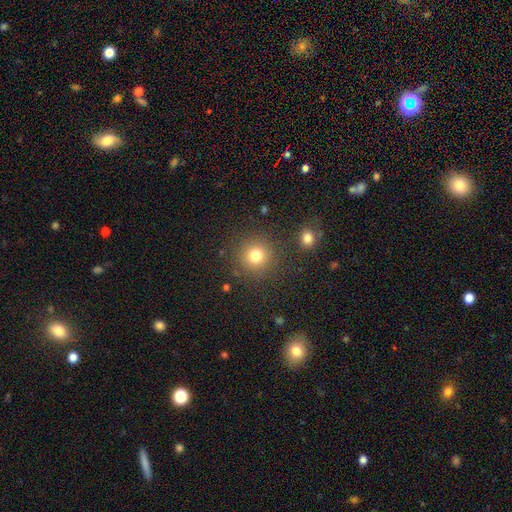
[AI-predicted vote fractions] This is likely a smooth galaxy (78%). How rounded: clearly round (94%). Merging: clearly none (86%).